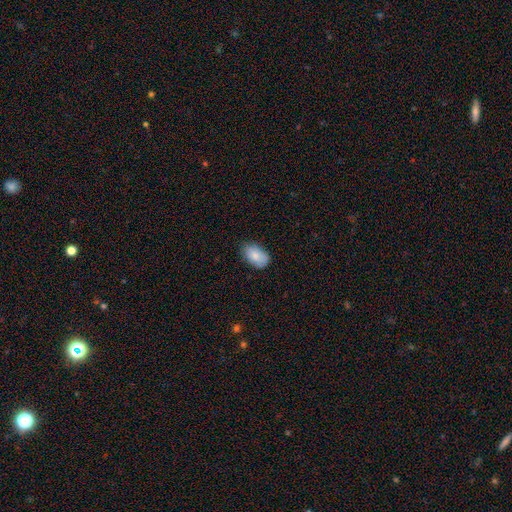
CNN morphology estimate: The model was most divided on "merging": none: 74%, minor disturbance: 21%, major disturbance: 3%, merger: 1%. More confident: how rounded — in between (90%); smooth or featured — smooth (83%).